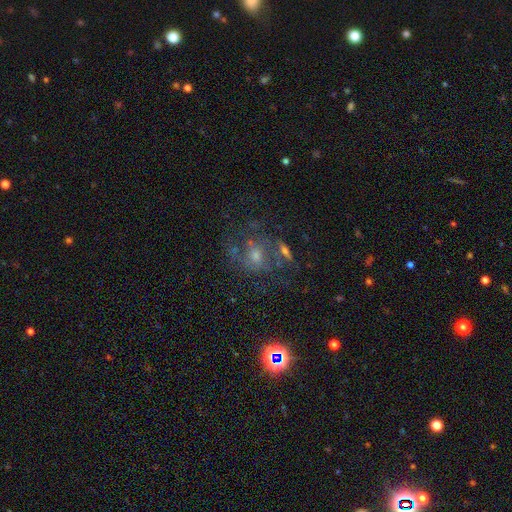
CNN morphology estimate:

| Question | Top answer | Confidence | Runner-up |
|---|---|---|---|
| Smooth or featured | featured or disk | 49% | star or artifact (27%) |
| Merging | none | 52% | major disturbance (18%) |